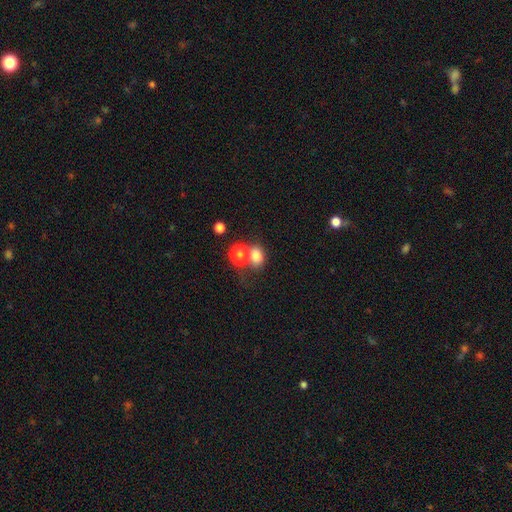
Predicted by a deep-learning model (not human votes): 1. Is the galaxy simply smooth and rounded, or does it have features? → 78% smooth, 13% star or artifact, 9% featured or disk.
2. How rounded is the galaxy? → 56% in between, 43% round, 1% cigar-shaped.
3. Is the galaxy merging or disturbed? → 47% none, 35% merger, 11% minor disturbance, 7% major disturbance.